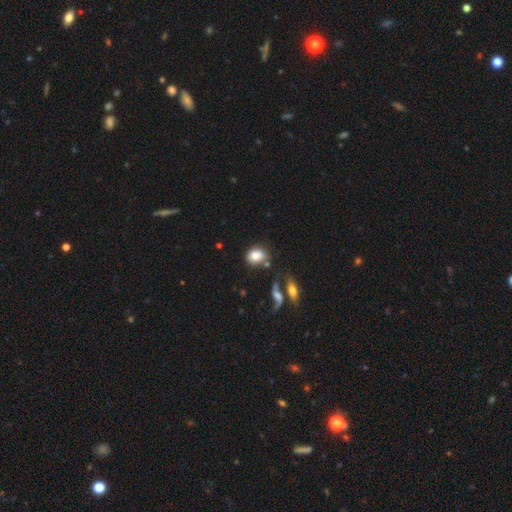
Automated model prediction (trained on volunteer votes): A smooth galaxy with no disk features (81%) that is in between round and cigar-shaped (62%). Merging: none (52%).